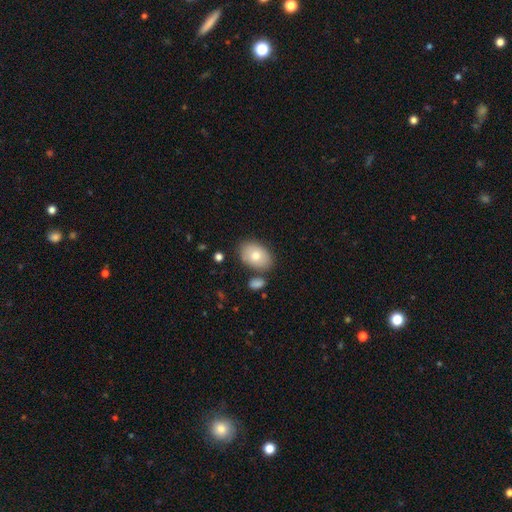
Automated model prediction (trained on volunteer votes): This appears to be a smooth galaxy with no disk features (76%) that is in between round and cigar-shaped (85%). Merging: none (75%).